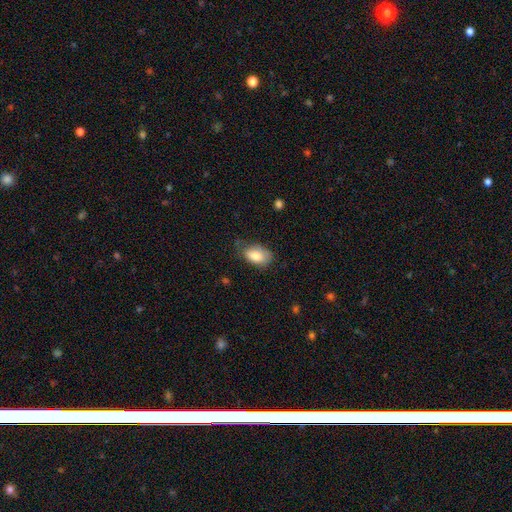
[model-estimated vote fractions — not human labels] smooth-or-featured: smooth: 80% | featured or disk: 13% | star or artifact: 7%
  how-rounded: in between: 92% | round: 7% | cigar-shaped: 2%
  merging: none: 57% | minor disturbance: 32% | major disturbance: 9% | merger: 2%